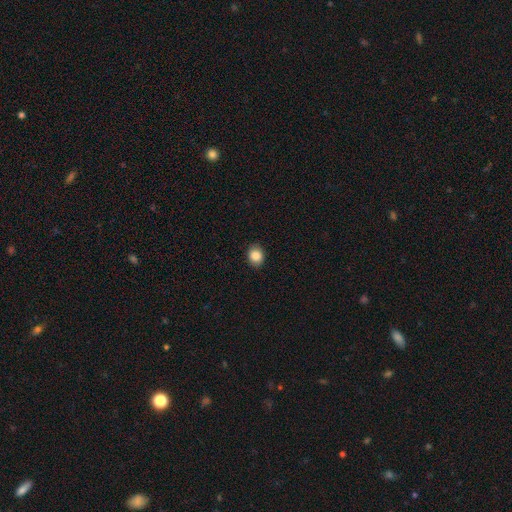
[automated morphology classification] This appears to be a smooth galaxy with no disk features (87%) that is round (62%). Merging: none (89%).